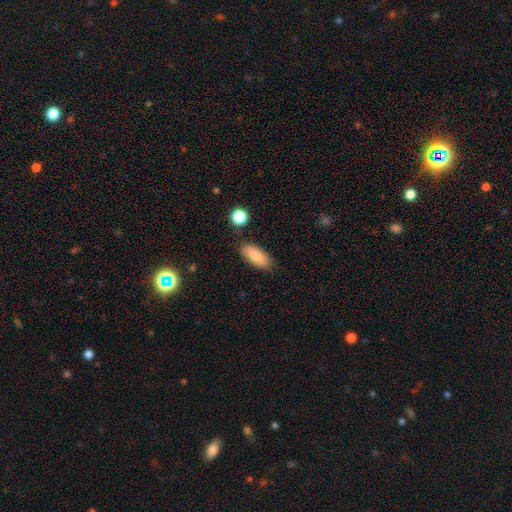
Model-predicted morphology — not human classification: Overall: smooth (82%). How rounded: in between (84%). Merging: none (82%).